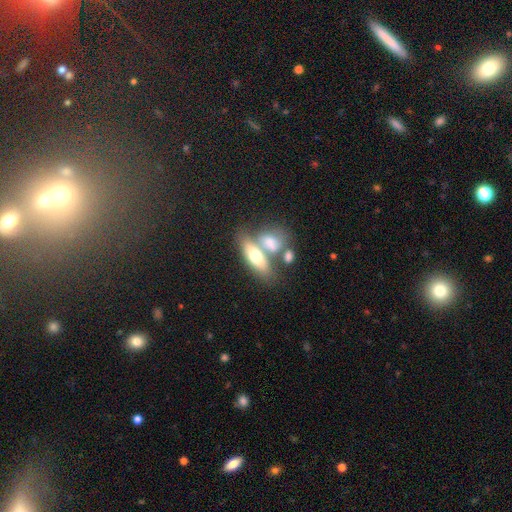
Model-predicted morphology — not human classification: Smooth or featured? smooth (62%)
How rounded? in between (71%)
Merging? merger (49%)